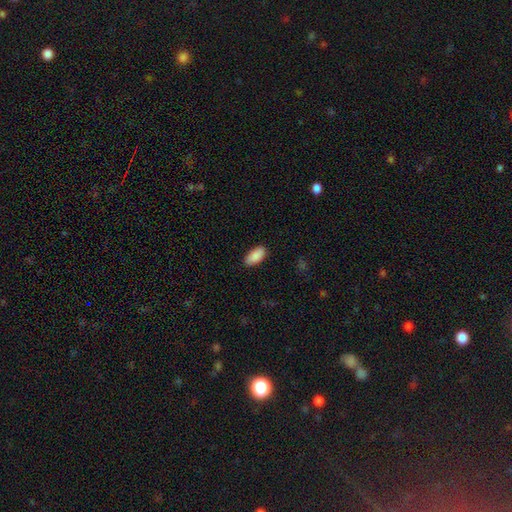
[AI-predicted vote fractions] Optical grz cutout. It shows a smooth galaxy with no disk features (90%) that is in between round and cigar-shaped (93%). Merging: none (87%).